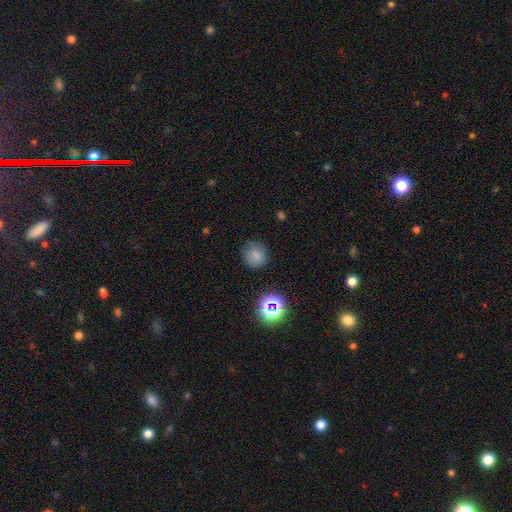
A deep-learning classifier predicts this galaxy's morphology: Smooth or featured: smooth — 74% (star or artifact — 18%)
How rounded: round — 85% (in between — 14%)
Merging: none — 77% (minor disturbance — 16%)